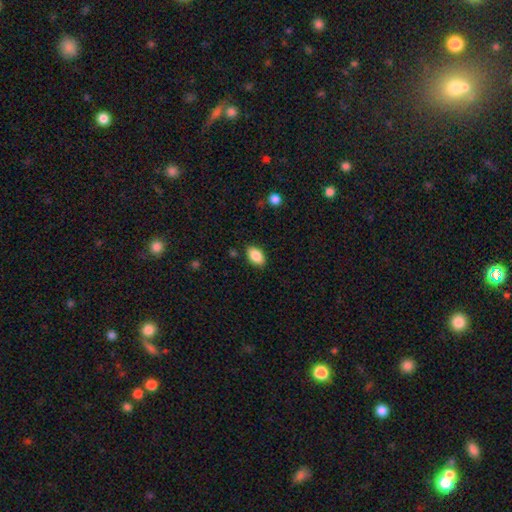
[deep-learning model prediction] The model was most divided on "merging": none: 87%, minor disturbance: 10%, major disturbance: 2%, merger: 1%. More confident: how rounded — in between (91%); smooth or featured — smooth (87%).